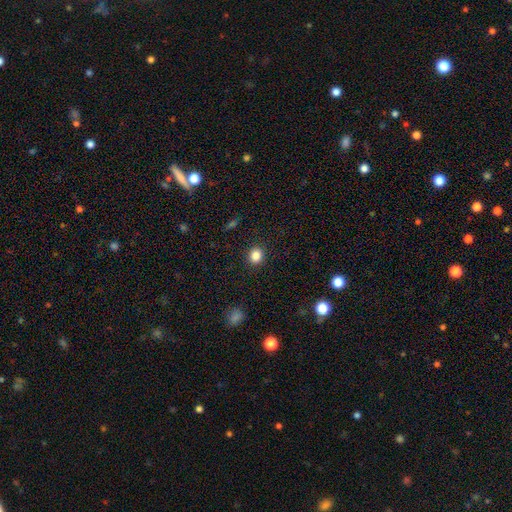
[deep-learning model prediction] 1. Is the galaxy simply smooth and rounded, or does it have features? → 85% smooth, 11% star or artifact, 4% featured or disk.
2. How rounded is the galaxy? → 76% round, 23% in between, 1% cigar-shaped.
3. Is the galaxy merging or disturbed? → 91% none, 6% minor disturbance, 2% major disturbance, 1% merger.